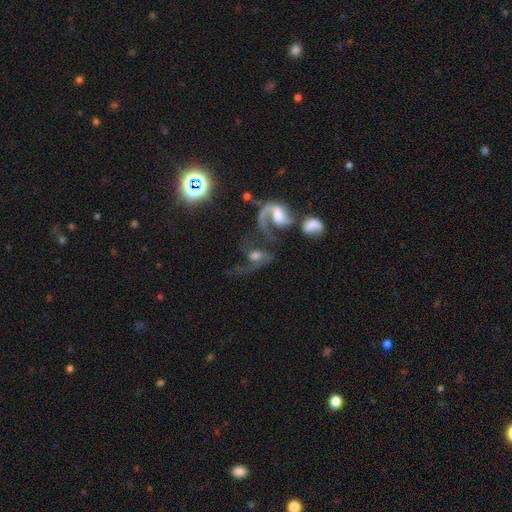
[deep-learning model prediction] smooth-or-featured: featured or disk: 72% | smooth: 17% | star or artifact: 11%
  disk-edge-on: no: 95% | yes: 5%
    bar: no: 50% | weak: 36% | strong: 14%
    has-spiral-arms: yes: 86% | no: 14%
      spiral-winding: loose: 68% | medium: 25% | tight: 7%
      spiral-arm-count: 2: 61% | 1: 29% | can't tell: 5% | 3: 2% | 4: 1% | more than 4: 1%
    bulge-size: moderate: 50% | large: 20% | small: 18% | none: 9% | dominant: 3%
  merging: merger: 42% | none: 24% | major disturbance: 24% | minor disturbance: 10%